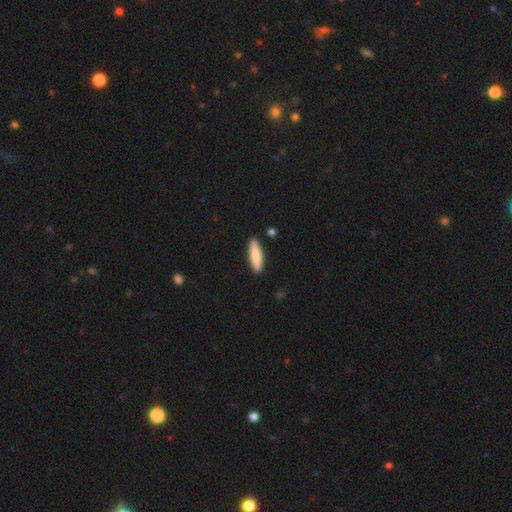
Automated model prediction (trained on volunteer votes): Smooth or featured: smooth — 77% (featured or disk — 18%)
How rounded: cigar-shaped — 77% (in between — 21%)
Merging: none — 90% (minor disturbance — 7%)